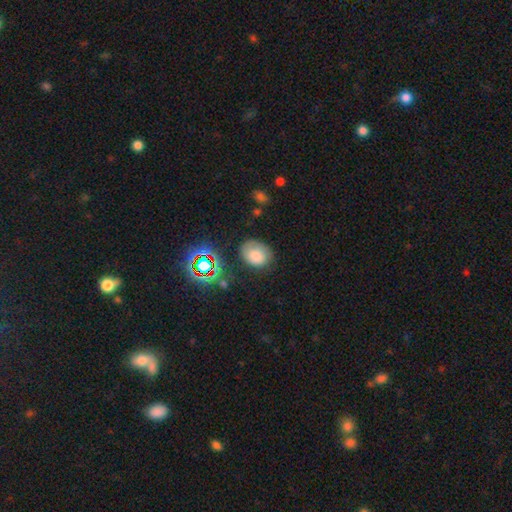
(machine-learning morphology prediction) Overall: smooth (70%). How rounded: in between (56%; round 43%). Merging: none (64%).